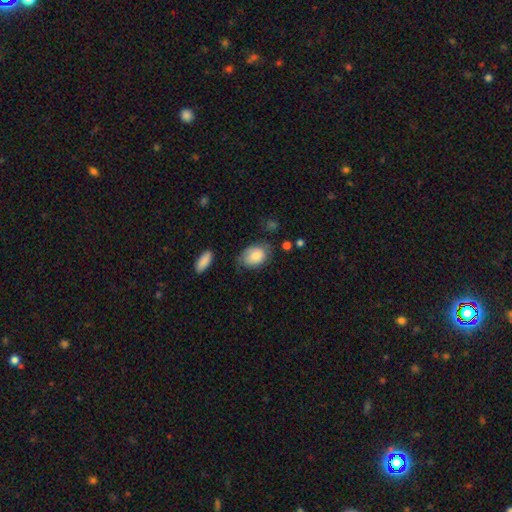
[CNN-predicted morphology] Smooth or featured? smooth (79%)
How rounded? in between (77%)
Merging? none (56%)